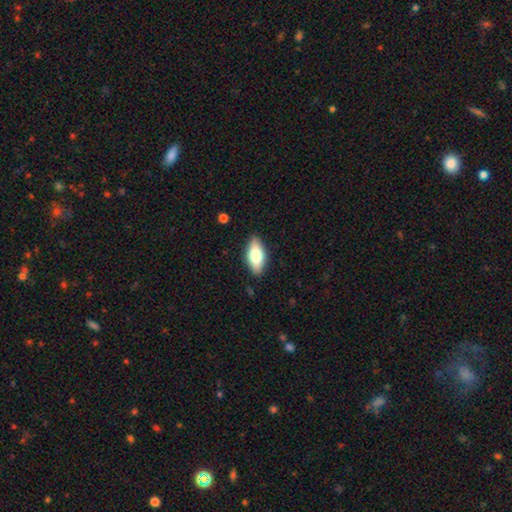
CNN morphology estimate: A smooth galaxy with no disk features (71%) that is in between round and cigar-shaped (87%).

Vote fractions:
- Smooth or featured? smooth: 71% / featured or disk: 23% / star or artifact: 7%
- How rounded? in between: 87% / cigar-shaped: 10% / round: 3%
- Merging? none: 86% / minor disturbance: 10% / major disturbance: 2% / merger: 1%